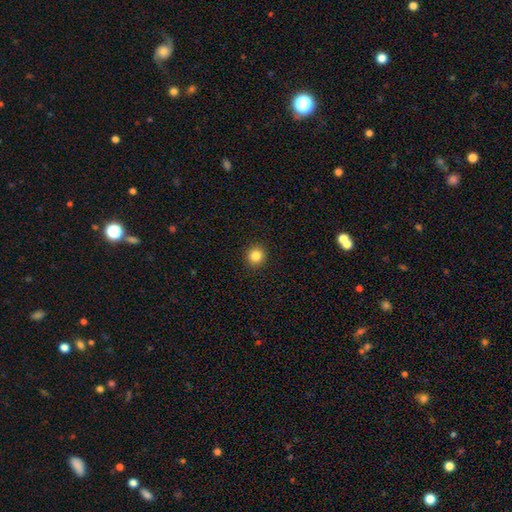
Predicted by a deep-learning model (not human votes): smooth_or_featured: smooth (p=0.84) [alt: star or artifact p=0.11]
how_rounded: round (p=0.90) [alt: in between p=0.09]
merging: none (p=0.93) [alt: minor disturbance p=0.05]